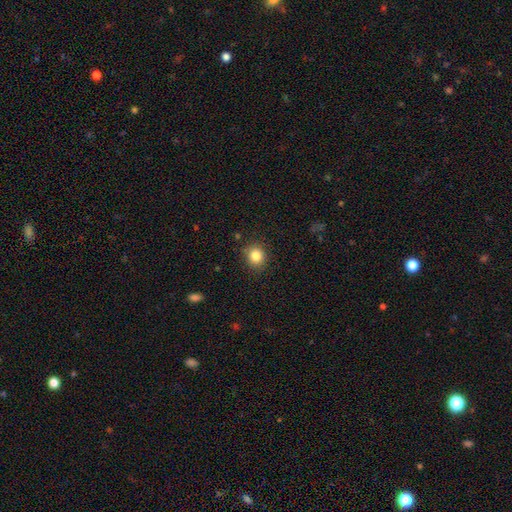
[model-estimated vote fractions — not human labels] This appears to be a smooth galaxy with no disk features (84%) that is round (84%). Merging: none (88%).